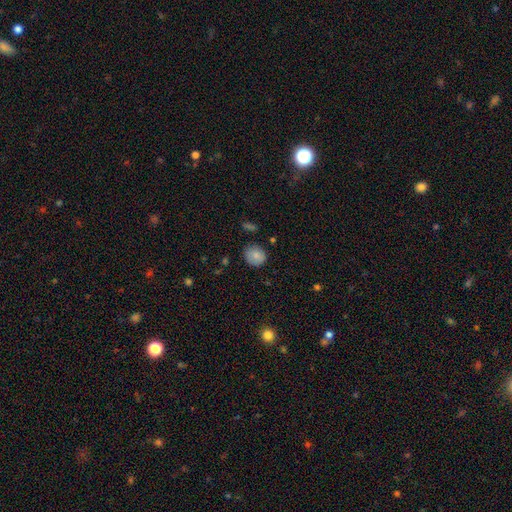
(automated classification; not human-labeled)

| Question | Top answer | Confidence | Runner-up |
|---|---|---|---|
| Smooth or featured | smooth | 82% | featured or disk (9%) |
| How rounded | round | 79% | in between (21%) |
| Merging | none | 78% | minor disturbance (17%) |